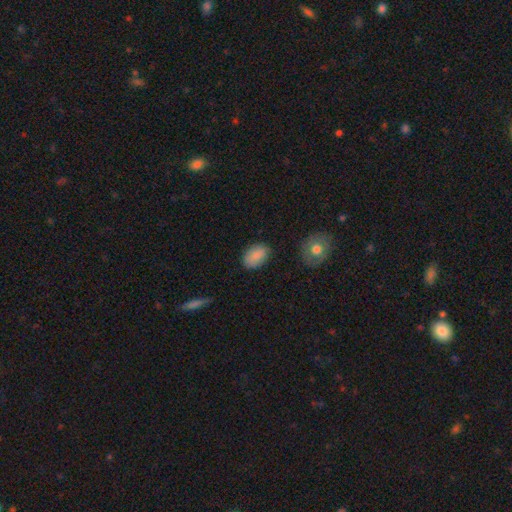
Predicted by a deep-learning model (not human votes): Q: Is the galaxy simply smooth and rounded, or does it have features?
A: smooth — 87%.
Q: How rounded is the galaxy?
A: in between — 89%.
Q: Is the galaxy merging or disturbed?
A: none — 82%.